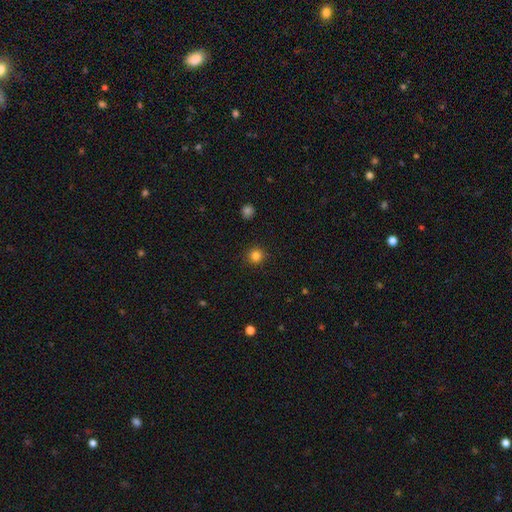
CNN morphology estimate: smooth_or_featured: smooth (p=0.83) [alt: star or artifact p=0.13]
how_rounded: round (p=0.94) [alt: in between p=0.05]
merging: none (p=0.91) [alt: minor disturbance p=0.06]